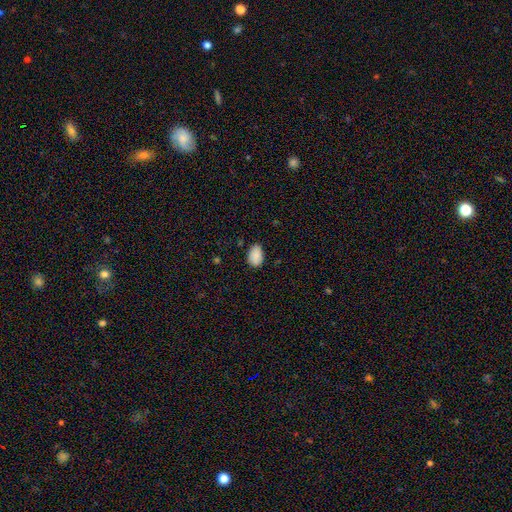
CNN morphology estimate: Overall: smooth (89%). How rounded: in between (87%). Merging: none (77%).